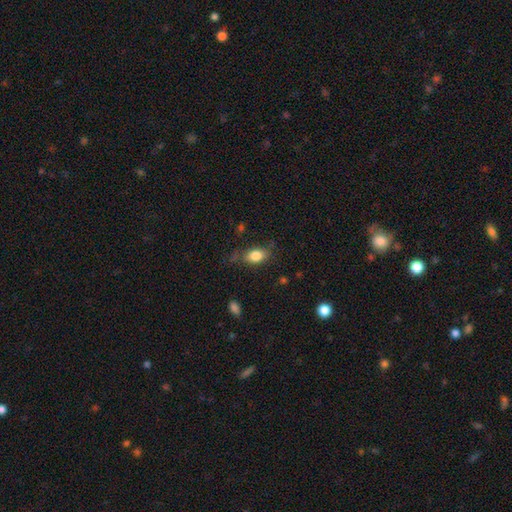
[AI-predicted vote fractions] This appears to be a smooth galaxy with no disk features (83%) that is in between round and cigar-shaped (84%). Merging: none (68%).